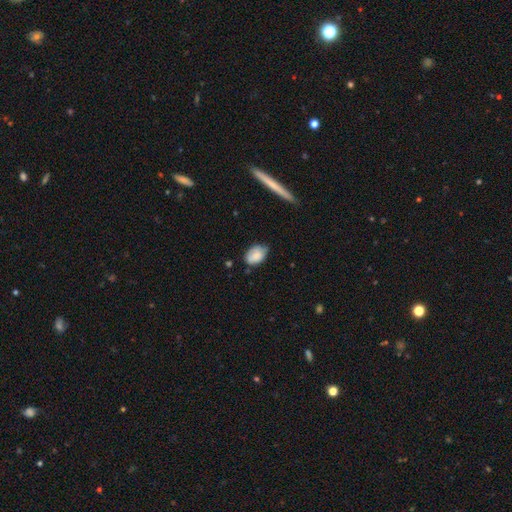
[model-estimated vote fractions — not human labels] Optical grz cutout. It shows a smooth galaxy with no disk features (81%) that is in between round and cigar-shaped (85%). Merging: none (61%).